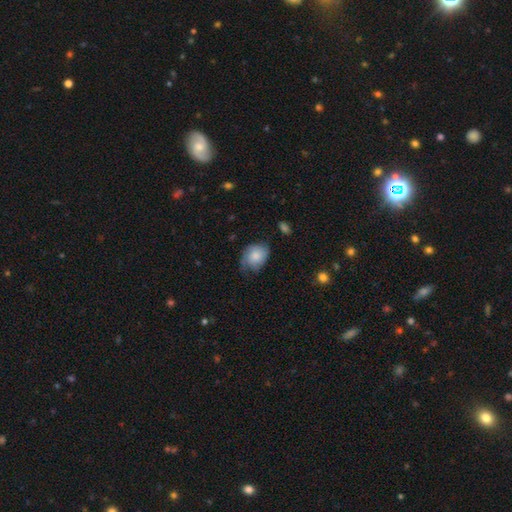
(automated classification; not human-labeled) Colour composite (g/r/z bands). It shows a smooth galaxy with no disk features (75%) that is in between round and cigar-shaped (56%). Merging: none (50%).